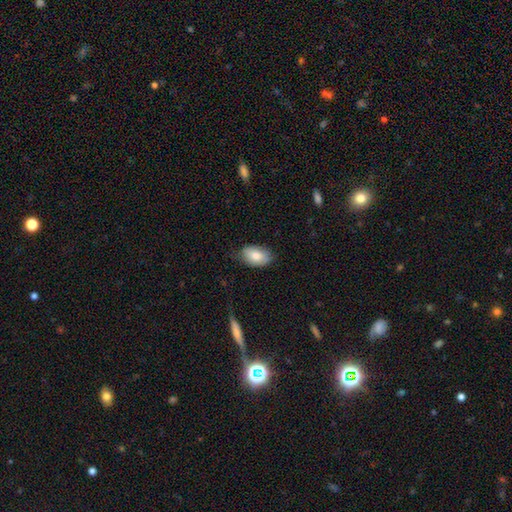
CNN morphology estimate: type=smooth (83%); roundness=in between (91%); merging=none (68%).